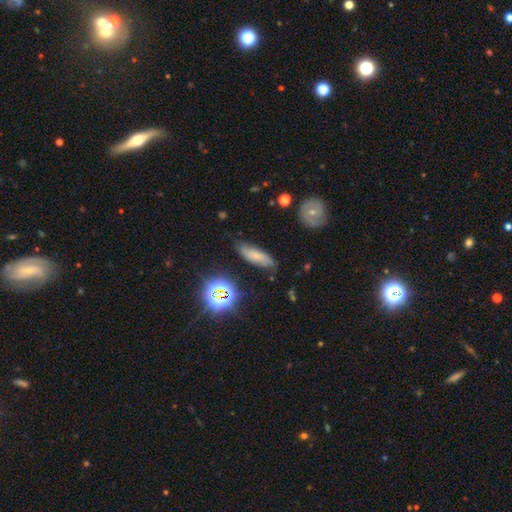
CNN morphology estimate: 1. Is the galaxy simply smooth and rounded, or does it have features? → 55% smooth, 29% featured or disk, 16% star or artifact.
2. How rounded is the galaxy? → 57% in between, 39% cigar-shaped, 4% round.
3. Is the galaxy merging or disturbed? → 71% none, 20% minor disturbance, 6% major disturbance, 3% merger.